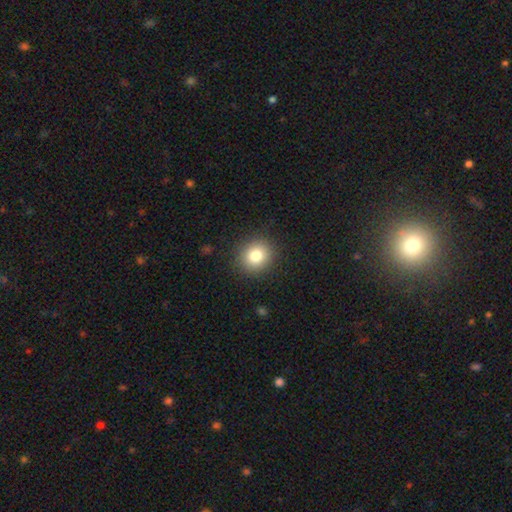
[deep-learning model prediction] This is clearly a smooth galaxy (81%). How rounded: clearly round (86%). Merging: clearly none (90%).